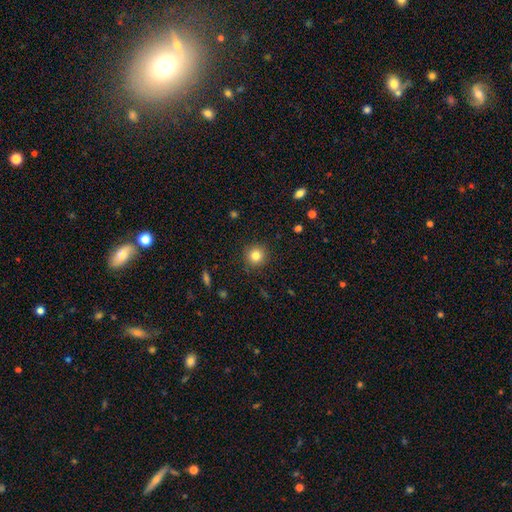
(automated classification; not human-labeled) Smooth or featured? smooth (82%)
How rounded? round (94%)
Merging? none (90%)